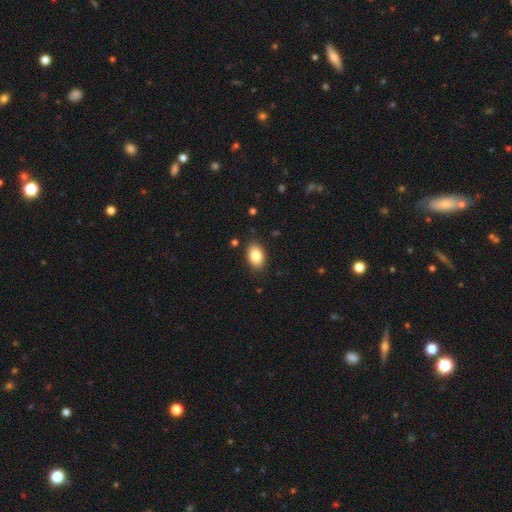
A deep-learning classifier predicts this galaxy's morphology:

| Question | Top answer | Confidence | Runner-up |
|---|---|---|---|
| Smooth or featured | smooth | 84% | featured or disk (9%) |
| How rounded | in between | 89% | round (10%) |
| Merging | none | 87% | minor disturbance (9%) |